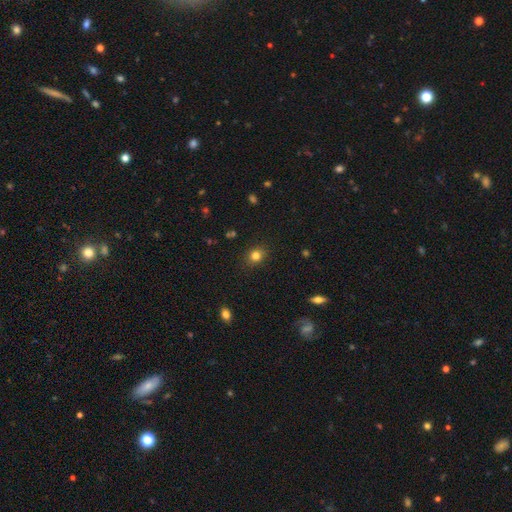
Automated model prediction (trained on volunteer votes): This appears to be a smooth galaxy with no disk features (81%) that is round (64%). Merging: none (87%).